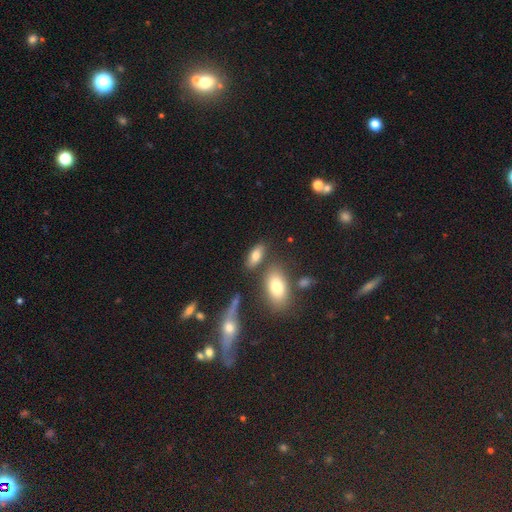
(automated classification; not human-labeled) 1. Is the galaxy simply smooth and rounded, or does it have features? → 77% smooth, 14% featured or disk, 9% star or artifact.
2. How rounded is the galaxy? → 85% in between, 11% cigar-shaped, 5% round.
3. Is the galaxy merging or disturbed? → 70% none, 14% minor disturbance, 11% merger, 5% major disturbance.